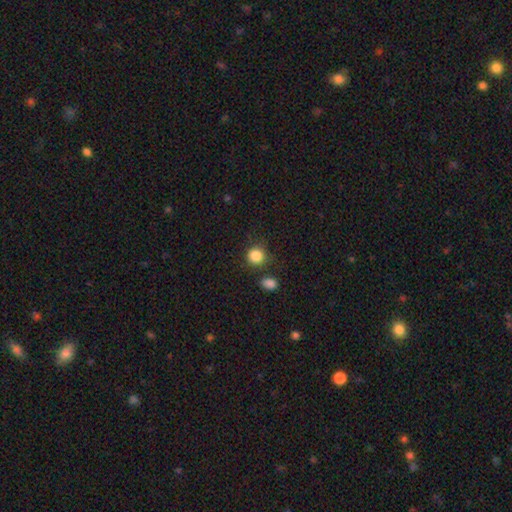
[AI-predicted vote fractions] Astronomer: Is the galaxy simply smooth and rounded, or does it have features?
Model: smooth — 85%.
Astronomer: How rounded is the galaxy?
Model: round — 89%.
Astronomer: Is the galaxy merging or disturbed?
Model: none — 75%.